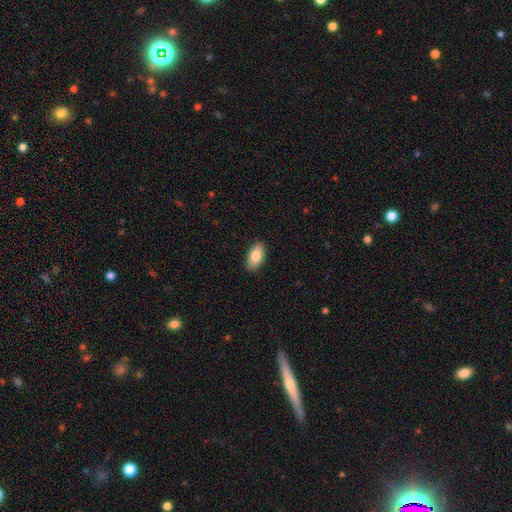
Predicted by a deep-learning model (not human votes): This is clearly a smooth galaxy (84%). How rounded: clearly in between (93%). Merging: clearly none (88%).